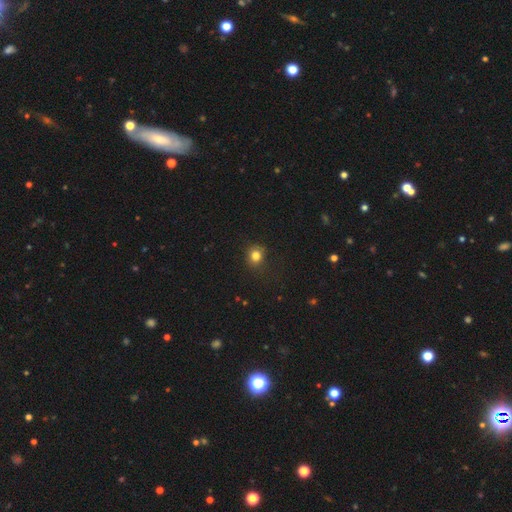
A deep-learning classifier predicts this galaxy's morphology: Smooth or featured? Predicted: smooth (p=0.81). How rounded? Predicted: round (p=0.80). Merging? Predicted: none (p=0.84).